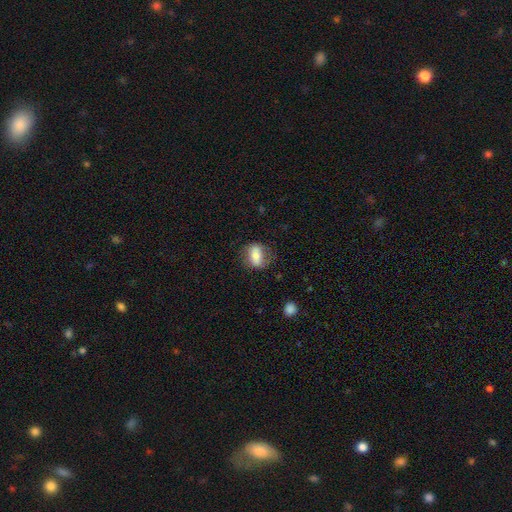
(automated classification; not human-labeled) Smooth or featured? smooth (67%)
How rounded? in between (72%)
Merging? none (70%)